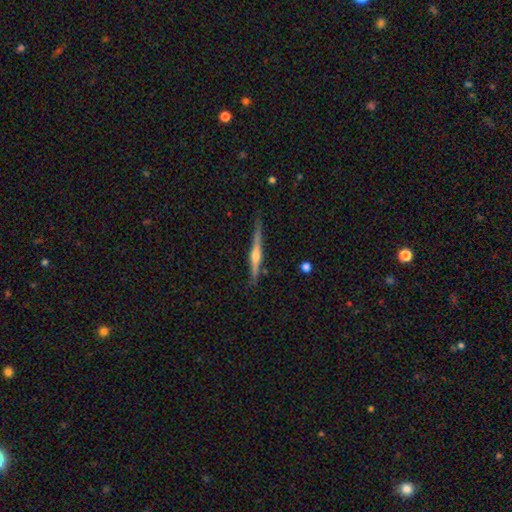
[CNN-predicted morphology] This is likely a featured or disk galaxy (72%). It is clearly viewed edge-on (98%). Edge-on bulge: clearly rounded (84%). Merging: clearly none (82%).